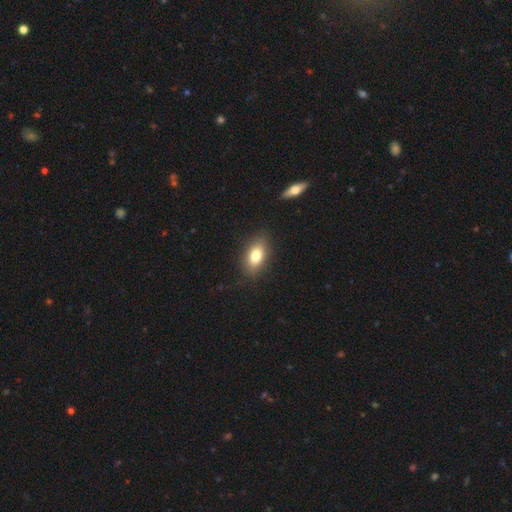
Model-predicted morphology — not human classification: smooth_or_featured: smooth (p=0.79) [alt: featured or disk p=0.13]
how_rounded: in between (p=0.87) [alt: round p=0.08]
merging: none (p=0.85) [alt: minor disturbance p=0.11]